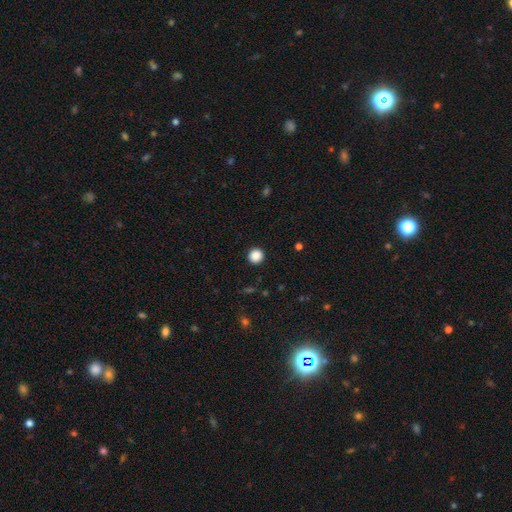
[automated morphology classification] A smooth galaxy with no disk features (88%) that is round (94%).

Vote fractions:
- Smooth or featured? smooth: 88% / star or artifact: 10% / featured or disk: 2%
- How rounded? round: 94% / in between: 5% / cigar-shaped: 1%
- Merging? none: 92% / minor disturbance: 5% / major disturbance: 2% / merger: 1%